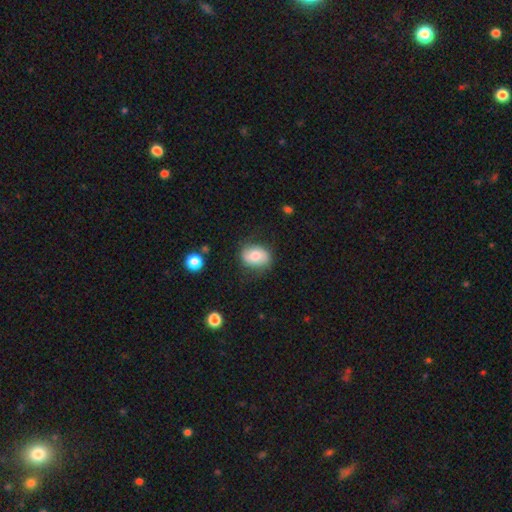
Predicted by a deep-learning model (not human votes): A smooth galaxy with no disk features (74%) that is in between round and cigar-shaped (65%). Merging: none (74%).